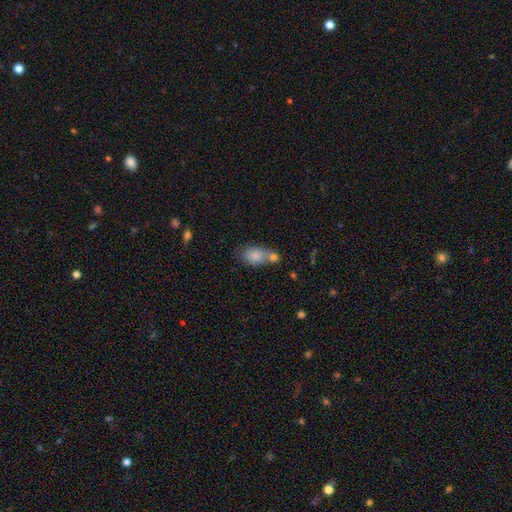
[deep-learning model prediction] Smooth or featured: smooth — 79% (featured or disk — 13%)
How rounded: in between — 85% (round — 12%)
Merging: merger — 44% (none — 35%)